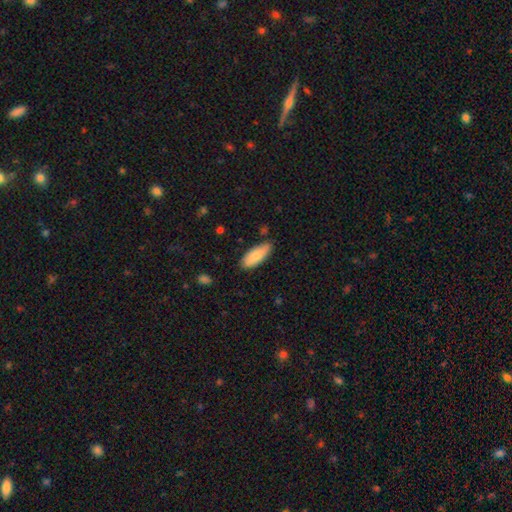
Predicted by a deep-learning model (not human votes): Smooth or featured? smooth (82%)
How rounded? in between (76%)
Merging? none (79%)